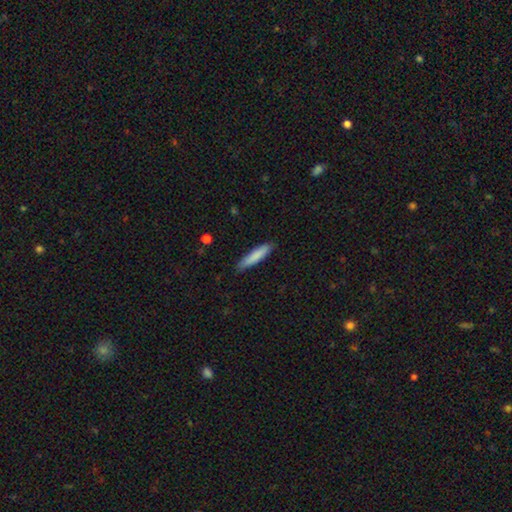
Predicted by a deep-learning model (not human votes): smooth 82%, featured or disk 12%, star or artifact 6%. Down the decision tree: how rounded — cigar-shaped (84%); merging — none (85%).